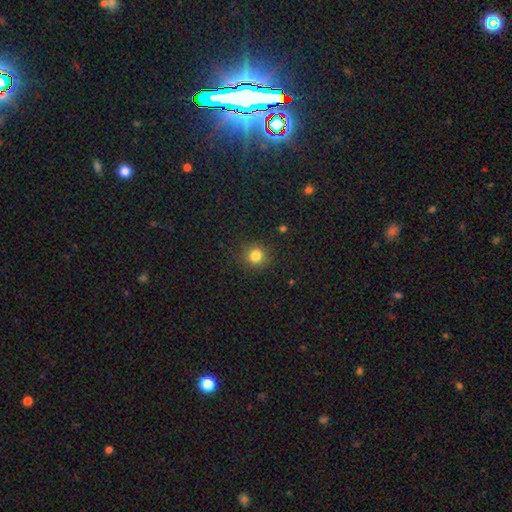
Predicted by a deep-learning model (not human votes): Smooth or featured?
  - smooth: 82% *
  - star or artifact: 13%
  - featured or disk: 5%
How rounded?
  - round: 92% *
  - in between: 7%
  - cigar-shaped: 1%
Merging?
  - none: 89% *
  - minor disturbance: 7%
  - major disturbance: 3%
  - merger: 1%